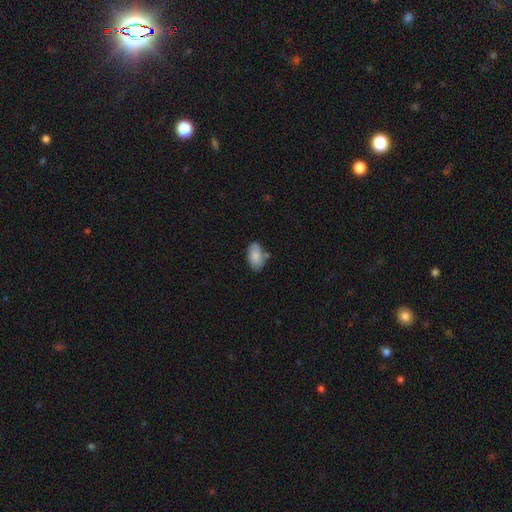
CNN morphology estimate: Smooth or featured? smooth (85%)
How rounded? in between (94%)
Merging? none (70%)